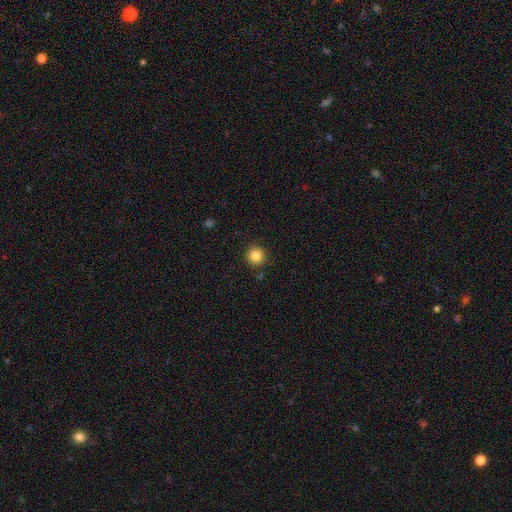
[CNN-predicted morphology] A smooth galaxy with no disk features (84%) that is round (95%).

Vote fractions:
- Smooth or featured? smooth: 84% / star or artifact: 11% / featured or disk: 5%
- How rounded? round: 95% / in between: 4% / cigar-shaped: 1%
- Merging? none: 90% / minor disturbance: 6% / major disturbance: 2% / merger: 2%